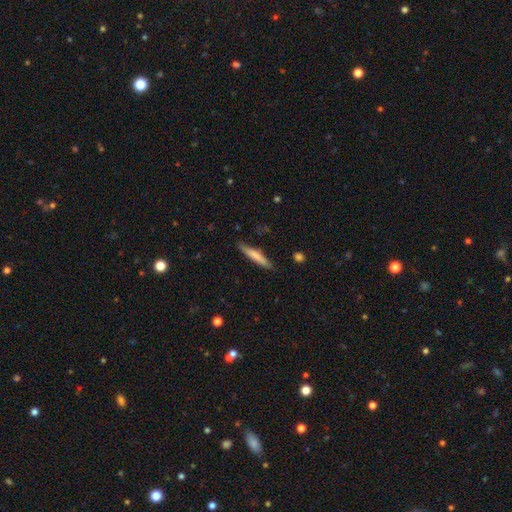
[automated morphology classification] Smooth or featured? Predicted: smooth (p=0.69). How rounded? Predicted: cigar-shaped (p=0.92). Merging? Predicted: none (p=0.82).